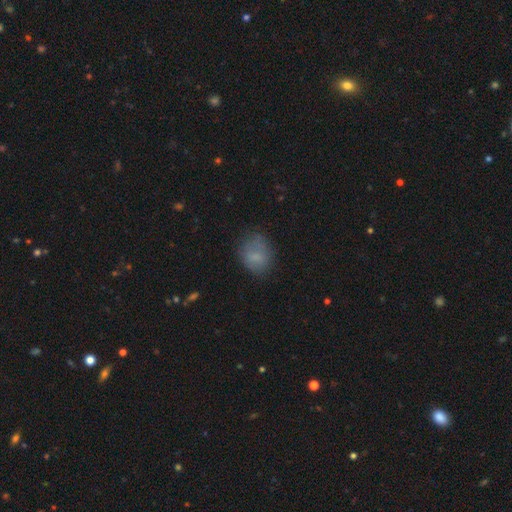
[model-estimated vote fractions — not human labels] Overall: smooth (75%). How rounded: in between (58%; round 41%). Merging: none (64%; minor disturbance 24%).